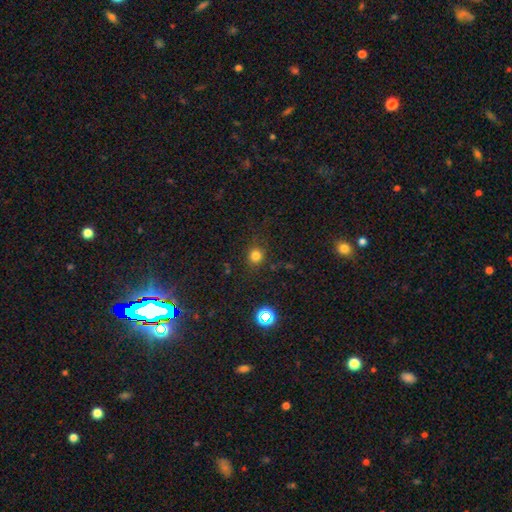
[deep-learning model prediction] A smooth galaxy with no disk features (77%) that is round (87%).

Vote fractions:
- Smooth or featured? smooth: 77% / star or artifact: 17% / featured or disk: 6%
- How rounded? round: 87% / in between: 12% / cigar-shaped: 1%
- Merging? none: 84% / minor disturbance: 10% / major disturbance: 4% / merger: 2%